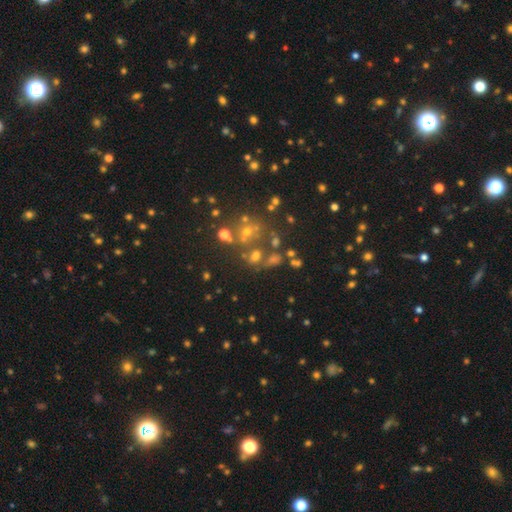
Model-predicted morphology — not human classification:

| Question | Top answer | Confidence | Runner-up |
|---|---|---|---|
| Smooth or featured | smooth | 49% | star or artifact (32%) |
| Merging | none | 50% | merger (26%) |